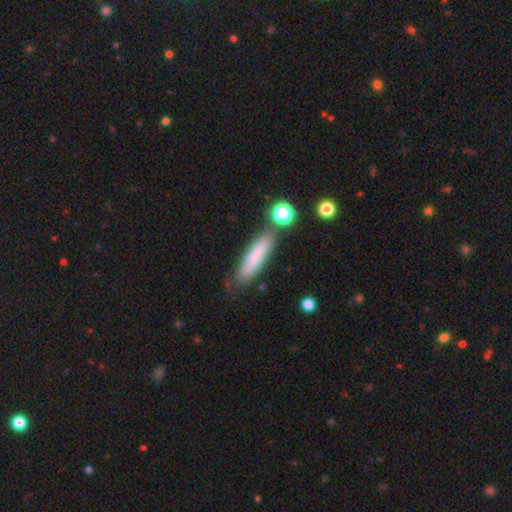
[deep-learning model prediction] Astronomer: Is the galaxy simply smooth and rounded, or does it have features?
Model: smooth — 74%.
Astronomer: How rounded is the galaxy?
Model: cigar-shaped — 77%.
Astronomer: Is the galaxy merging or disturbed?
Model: none — 70%.